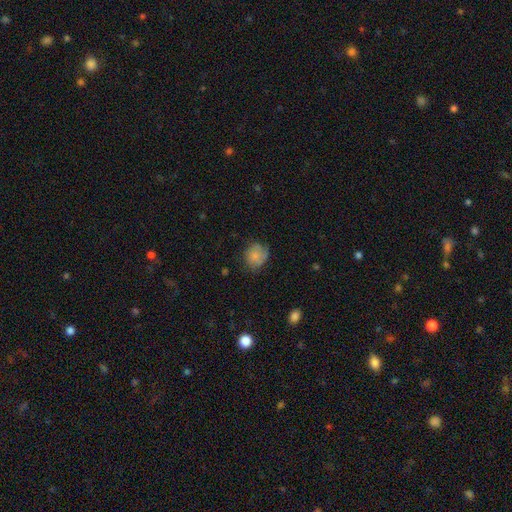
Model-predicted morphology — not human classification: smooth-or-featured: smooth: 71% | featured or disk: 20% | star or artifact: 10%
  how-rounded: round: 70% | in between: 29% | cigar-shaped: 1%
  merging: none: 58% | minor disturbance: 28% | major disturbance: 12% | merger: 2%